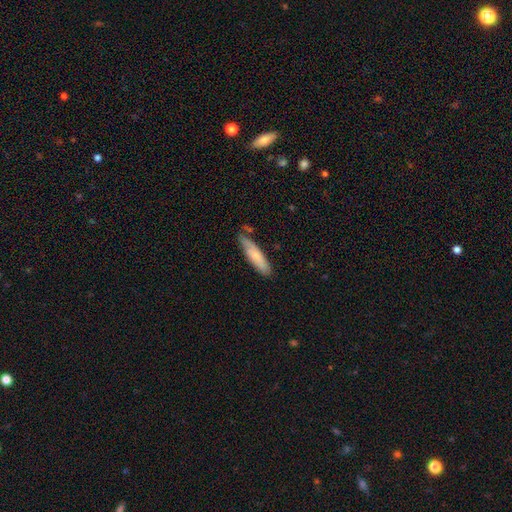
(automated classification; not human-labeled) Smooth or featured: smooth — 73% (featured or disk — 21%)
How rounded: cigar-shaped — 73% (in between — 26%)
Merging: none — 70% (minor disturbance — 23%)